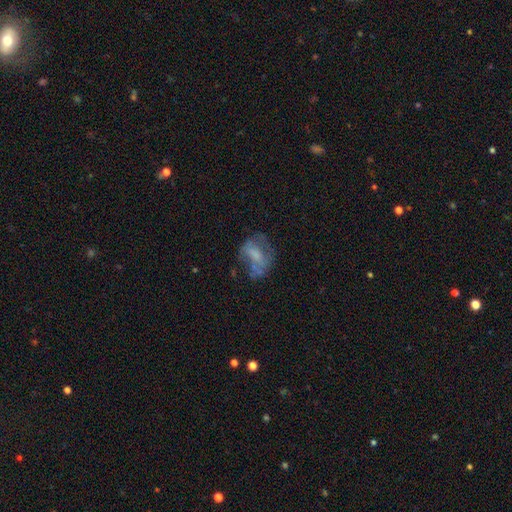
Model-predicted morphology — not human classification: Smooth or featured? Predicted: featured or disk (p=0.48). Merging? Predicted: none (p=0.41).